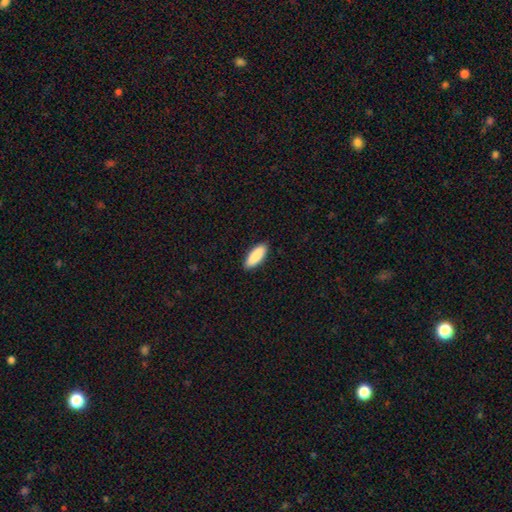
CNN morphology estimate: Smooth or featured?
  - smooth: 90% *
  - star or artifact: 5%
  - featured or disk: 5%
How rounded?
  - in between: 65% *
  - cigar-shaped: 33%
  - round: 2%
Merging?
  - none: 90% *
  - minor disturbance: 7%
  - major disturbance: 2%
  - merger: 1%